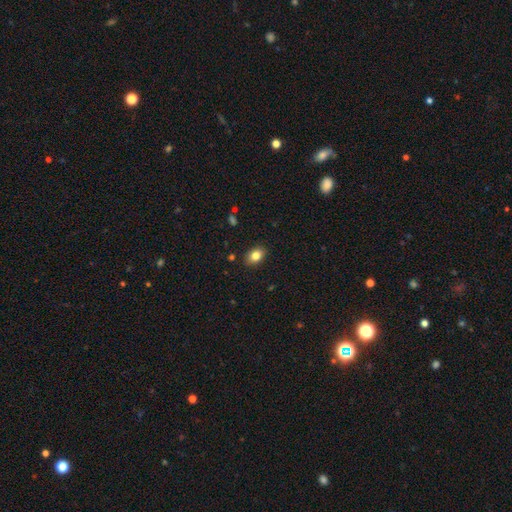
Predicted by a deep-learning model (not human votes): smooth_or_featured: smooth (p=0.82) [alt: star or artifact p=0.09]
how_rounded: in between (p=0.80) [alt: round p=0.19]
merging: none (p=0.87) [alt: minor disturbance p=0.10]